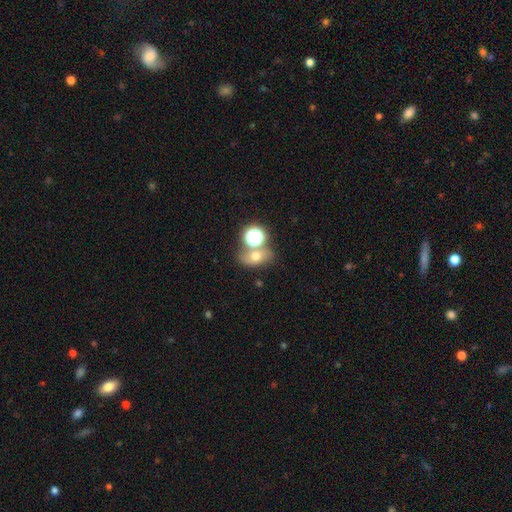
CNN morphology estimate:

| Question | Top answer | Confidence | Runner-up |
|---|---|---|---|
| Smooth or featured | smooth | 61% | star or artifact (20%) |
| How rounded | in between | 62% | round (35%) |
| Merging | none | 53% | merger (28%) |